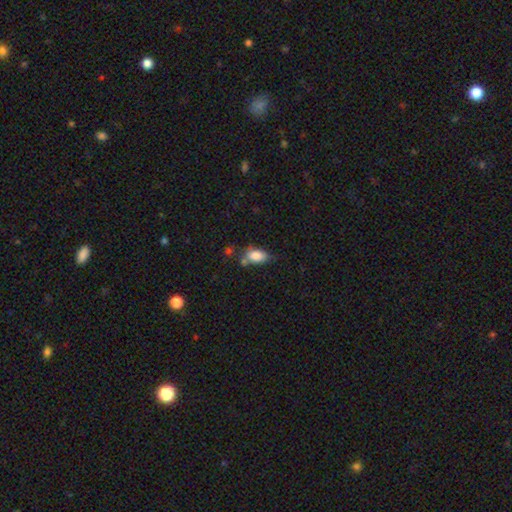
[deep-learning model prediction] smooth-or-featured: smooth: 82% | featured or disk: 9% | star or artifact: 9%
  how-rounded: in between: 89% | round: 7% | cigar-shaped: 4%
  merging: none: 45% | minor disturbance: 28% | merger: 18% | major disturbance: 9%